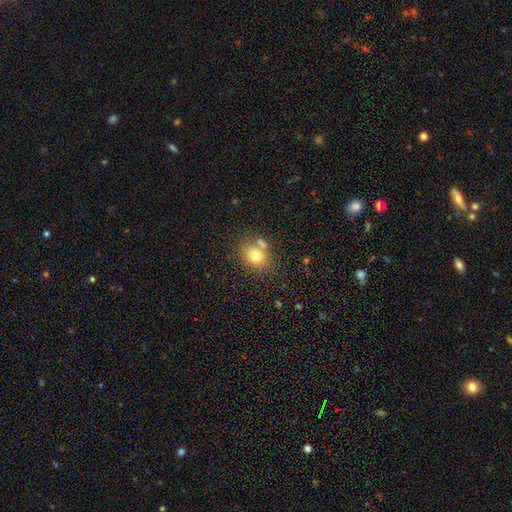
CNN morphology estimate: The model was most divided on "how rounded": round: 52%, in between: 47%, cigar-shaped: 1%. More confident: smooth or featured — smooth (76%); merging — none (61%).